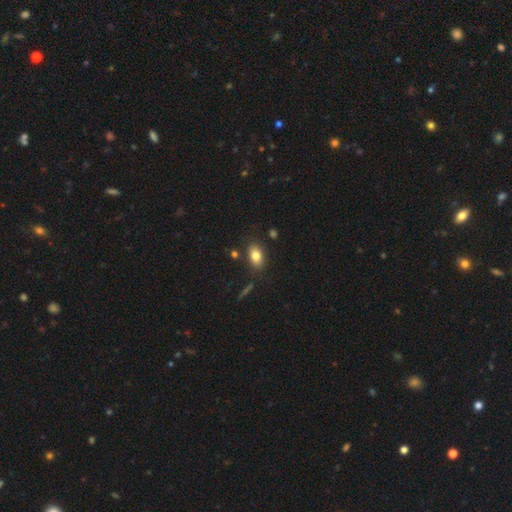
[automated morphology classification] A smooth galaxy with no disk features (80%) that is in between round and cigar-shaped (88%). Merging: none (83%).